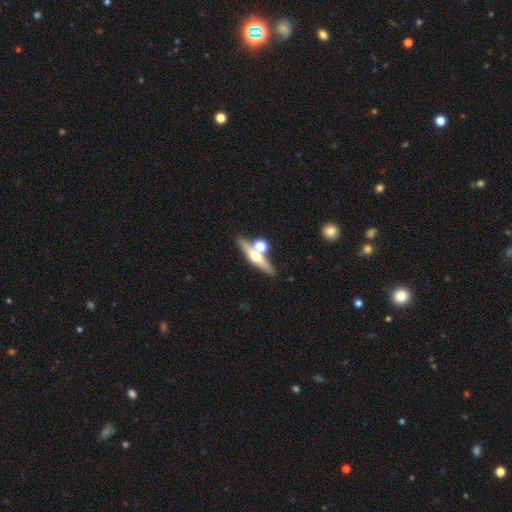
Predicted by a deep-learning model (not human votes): Overall: featured or disk (54%; smooth 38%). Edge-on disk: yes (88%). Merging: none (67%).